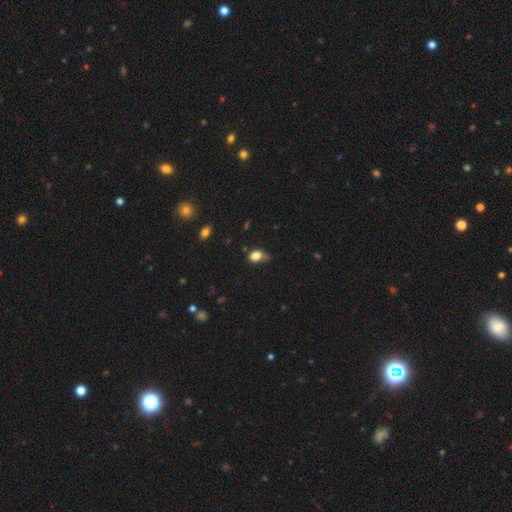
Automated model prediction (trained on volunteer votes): A smooth galaxy with no disk features (79%) that is in between round and cigar-shaped (69%). Merging: minor disturbance (41%).